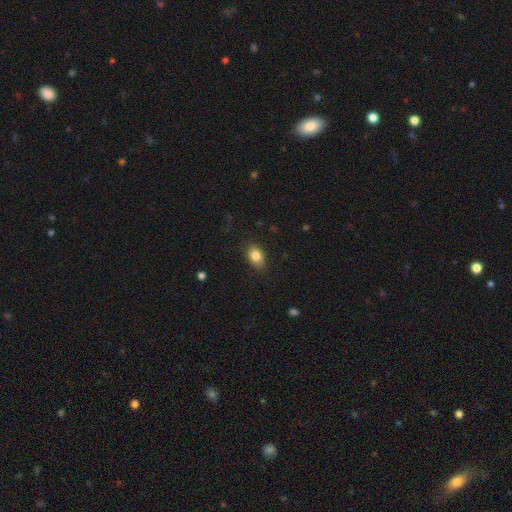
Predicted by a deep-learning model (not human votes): The model was most divided on "how rounded": in between: 84%, round: 14%, cigar-shaped: 2%. More confident: merging — none (84%); smooth or featured — smooth (83%).